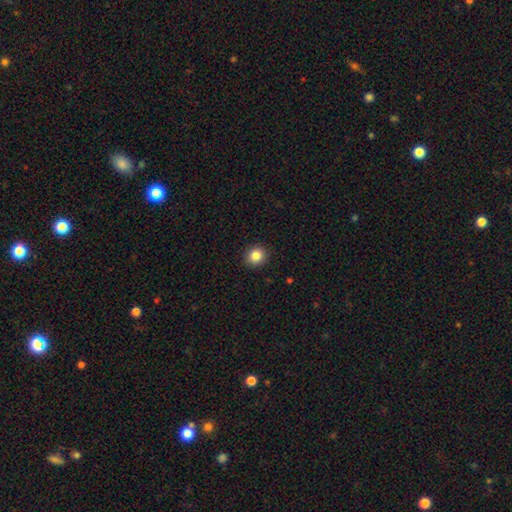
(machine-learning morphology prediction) The model was most divided on "how rounded": round: 82%, in between: 17%, cigar-shaped: 1%. More confident: merging — none (92%); smooth or featured — smooth (85%).